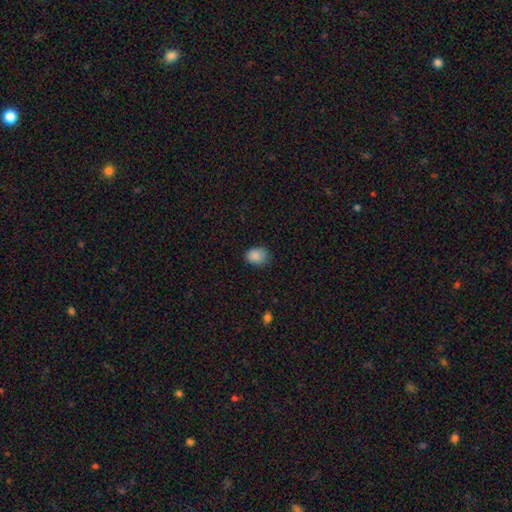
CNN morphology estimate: Overall: smooth (87%). How rounded: in between (50%; round 49%). Merging: none (75%).